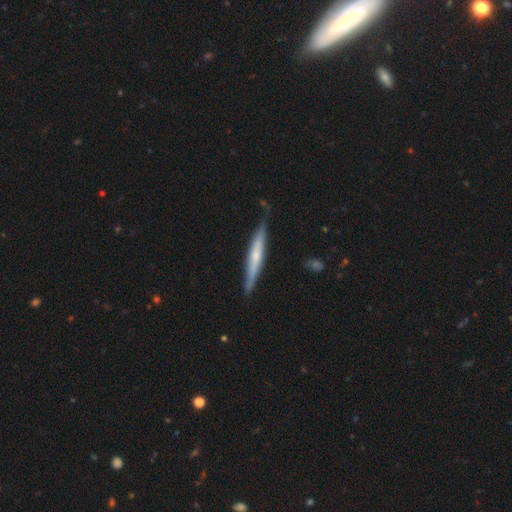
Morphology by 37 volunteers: Smooth or featured? featured or disk (49%)
Edge-on disk? yes (100%)
Edge-on bulge? none (50%)
Merging? none (85%)